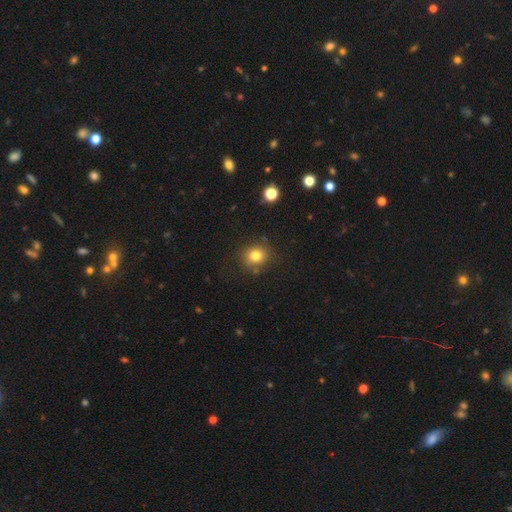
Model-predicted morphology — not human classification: Smooth or featured: smooth — 80% (star or artifact — 12%)
How rounded: round — 83% (in between — 16%)
Merging: none — 81% (minor disturbance — 12%)